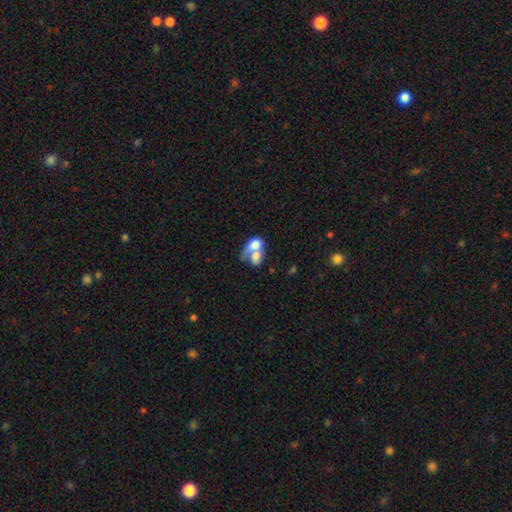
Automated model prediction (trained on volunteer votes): smooth 63%, featured or disk 29%, star or artifact 8%. Down the decision tree: how rounded — in between (74%); merging — merger (77%).